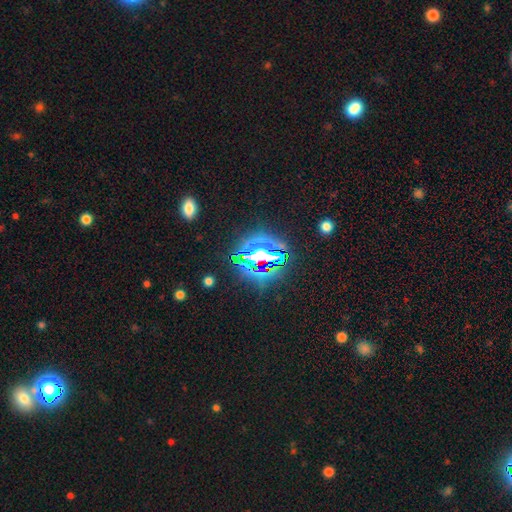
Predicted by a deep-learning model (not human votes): This is likely a star or artifact rather than a galaxy (71%).